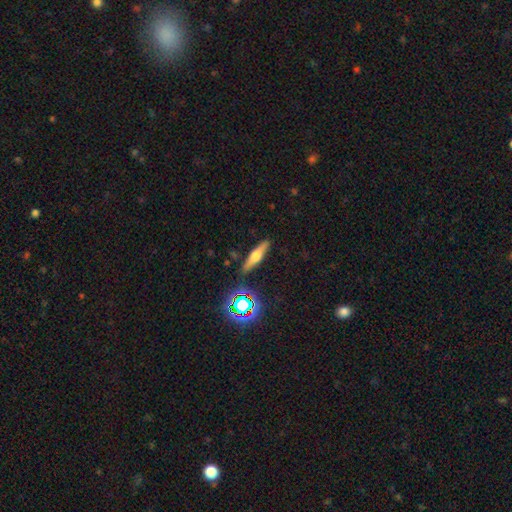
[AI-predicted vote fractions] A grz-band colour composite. It shows a featured or disk galaxy (47%). Merging: none (86%).